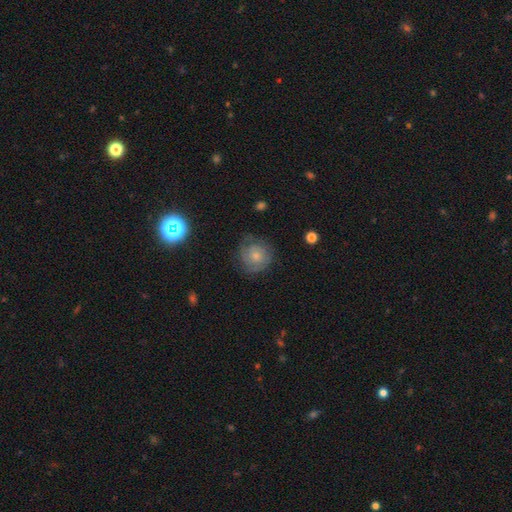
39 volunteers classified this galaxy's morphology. Smooth or featured: smooth — 54% (featured or disk — 41%)
How rounded: round — 86% (in between — 10%)
Merging: none — 68% (minor disturbance — 24%)